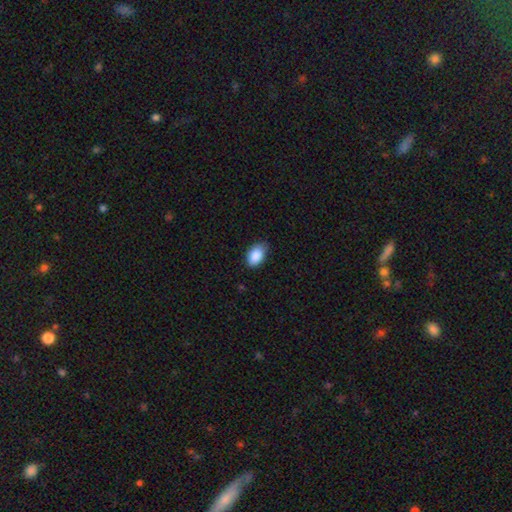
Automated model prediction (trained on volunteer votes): A smooth galaxy with no disk features (89%) that is in between round and cigar-shaped (91%). Merging: none (75%).